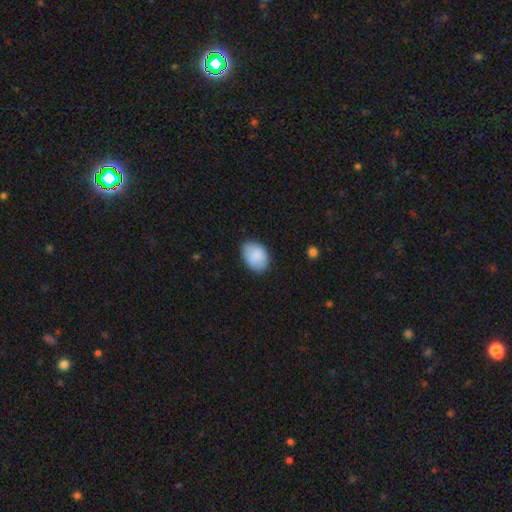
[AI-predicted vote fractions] smooth-or-featured: smooth: 87% | featured or disk: 7% | star or artifact: 6%
  how-rounded: in between: 76% | round: 23% | cigar-shaped: 1%
  merging: none: 78% | minor disturbance: 18% | major disturbance: 3% | merger: 1%